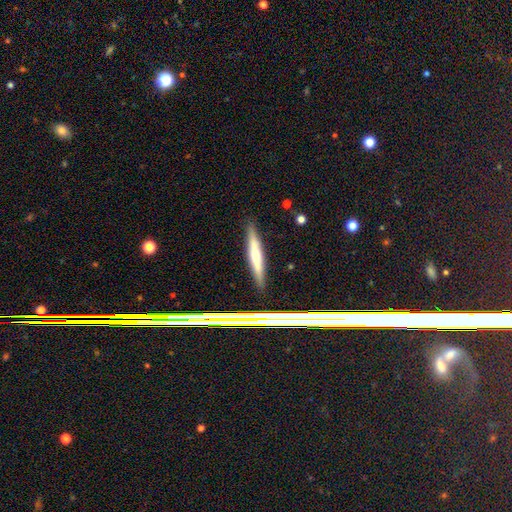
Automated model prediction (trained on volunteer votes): Smooth or featured?
  - featured or disk: 50% *
  - smooth: 40%
  - star or artifact: 10%
Merging?
  - none: 89% *
  - minor disturbance: 8%
  - major disturbance: 2%
  - merger: 2%